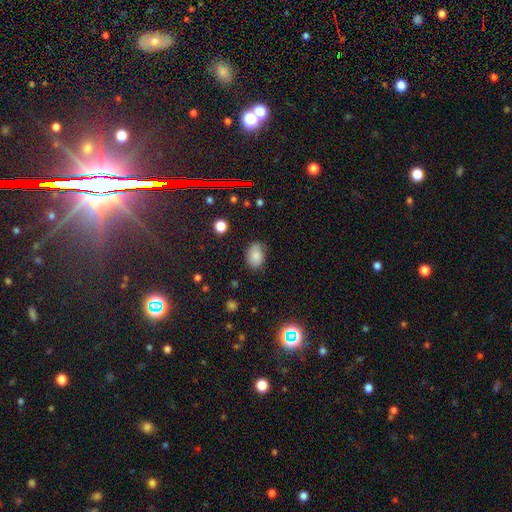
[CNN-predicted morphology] Smooth or featured?
  - smooth: 84% *
  - star or artifact: 10%
  - featured or disk: 6%
How rounded?
  - in between: 82% *
  - round: 17%
  - cigar-shaped: 1%
Merging?
  - none: 76% *
  - minor disturbance: 18%
  - major disturbance: 4%
  - merger: 2%